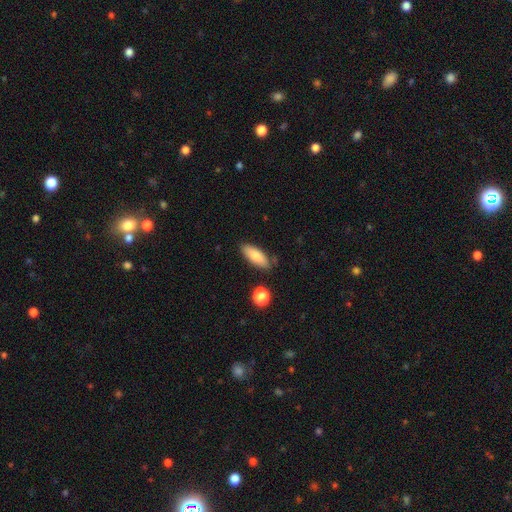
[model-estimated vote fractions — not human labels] Smooth or featured?
  - smooth: 81% *
  - featured or disk: 13%
  - star or artifact: 7%
How rounded?
  - in between: 72% *
  - cigar-shaped: 25%
  - round: 2%
Merging?
  - none: 81% *
  - minor disturbance: 13%
  - merger: 4%
  - major disturbance: 3%